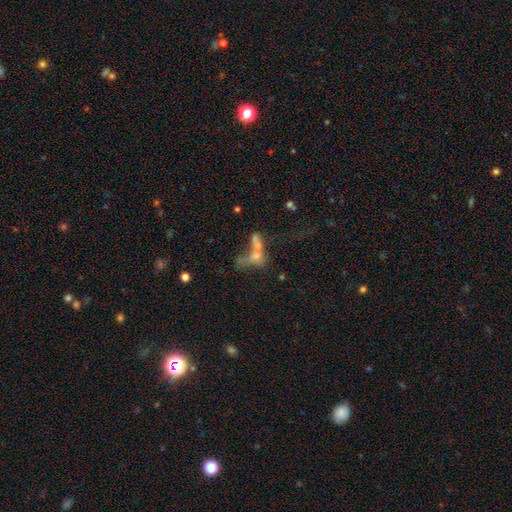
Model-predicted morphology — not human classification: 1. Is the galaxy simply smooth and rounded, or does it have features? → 40% smooth, 39% featured or disk, 21% star or artifact.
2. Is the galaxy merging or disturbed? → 53% merger, 21% none, 18% major disturbance, 8% minor disturbance.